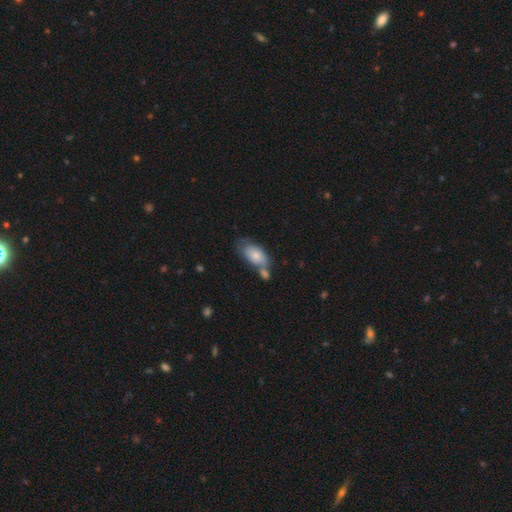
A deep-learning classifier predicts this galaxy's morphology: smooth-or-featured: smooth: 72% | featured or disk: 22% | star or artifact: 7%
  how-rounded: in between: 91% | cigar-shaped: 4% | round: 4%
  merging: none: 37% | merger: 35% | minor disturbance: 20% | major disturbance: 8%